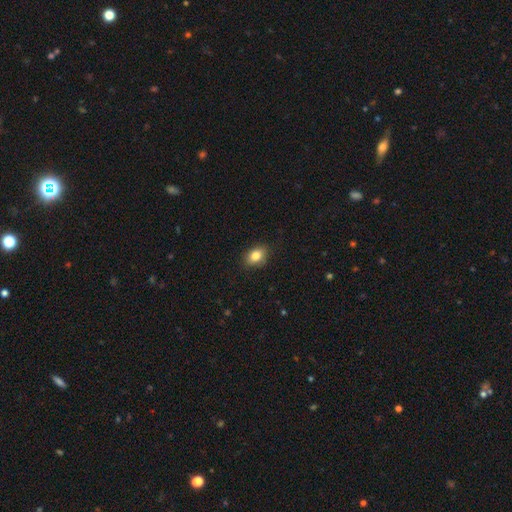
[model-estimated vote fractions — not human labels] Smooth or featured?
  - smooth: 83% *
  - star or artifact: 9%
  - featured or disk: 8%
How rounded?
  - in between: 78% *
  - round: 20%
  - cigar-shaped: 2%
Merging?
  - none: 85% *
  - minor disturbance: 12%
  - major disturbance: 2%
  - merger: 1%